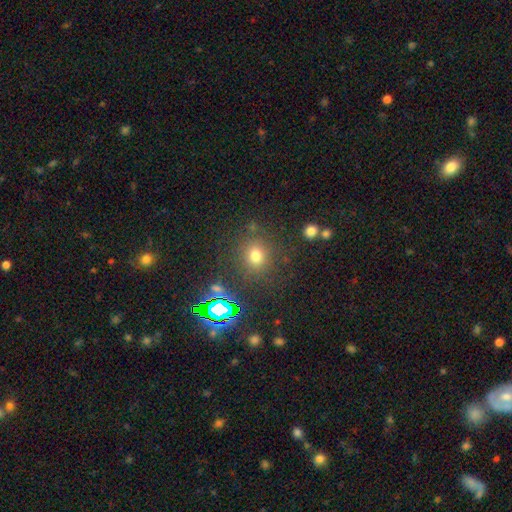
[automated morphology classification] Overall: smooth (69%). How rounded: round (78%). Merging: none (81%).